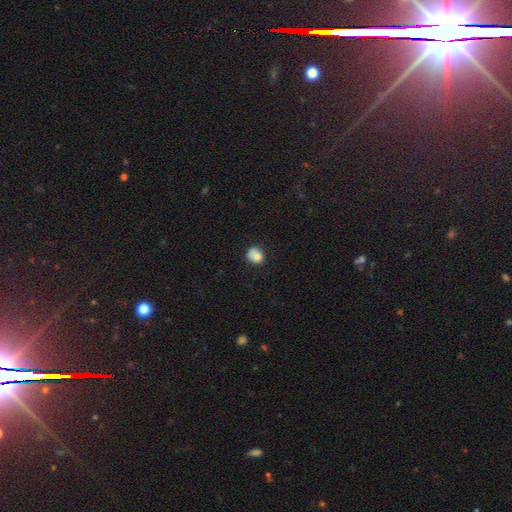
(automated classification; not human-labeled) Smooth or featured?
  - smooth: 74% *
  - featured or disk: 16%
  - star or artifact: 10%
How rounded?
  - round: 66% *
  - in between: 33%
  - cigar-shaped: 1%
Merging?
  - none: 44% *
  - merger: 27%
  - minor disturbance: 20%
  - major disturbance: 9%